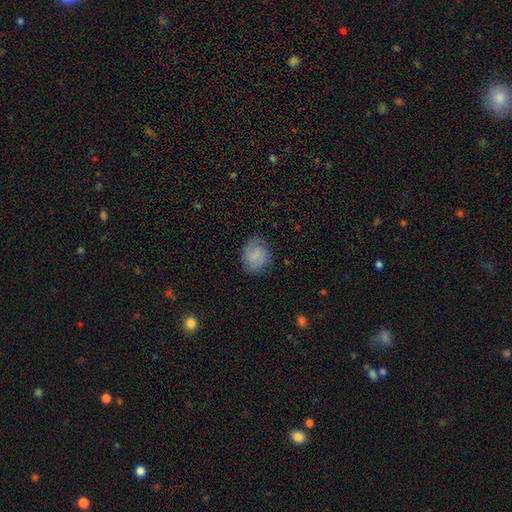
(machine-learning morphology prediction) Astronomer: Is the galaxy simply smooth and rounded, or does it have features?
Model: smooth — 77%.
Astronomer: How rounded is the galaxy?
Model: round — 52% (runner-up: in between, 47%).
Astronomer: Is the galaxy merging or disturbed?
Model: none — 77%.